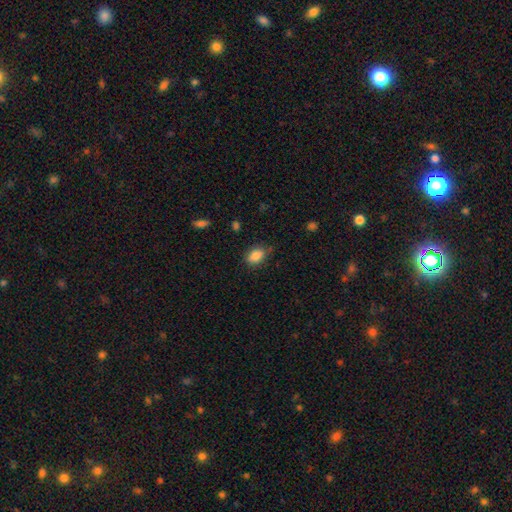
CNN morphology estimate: Smooth or featured? Predicted: smooth (p=0.87). How rounded? Predicted: in between (p=0.83). Merging? Predicted: none (p=0.76).